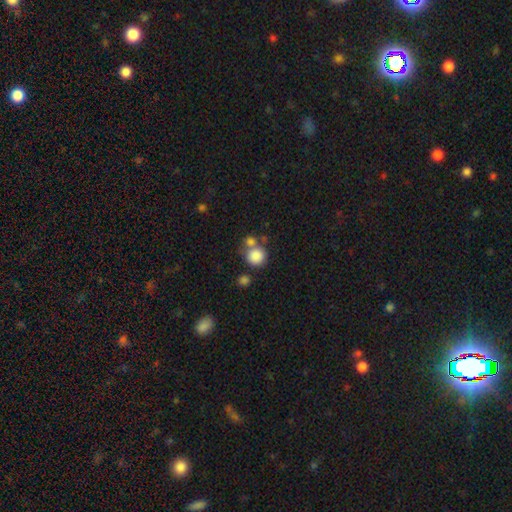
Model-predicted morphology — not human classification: This is clearly a smooth galaxy (84%). How rounded: clearly round (89%). Merging: possibly none (54%).